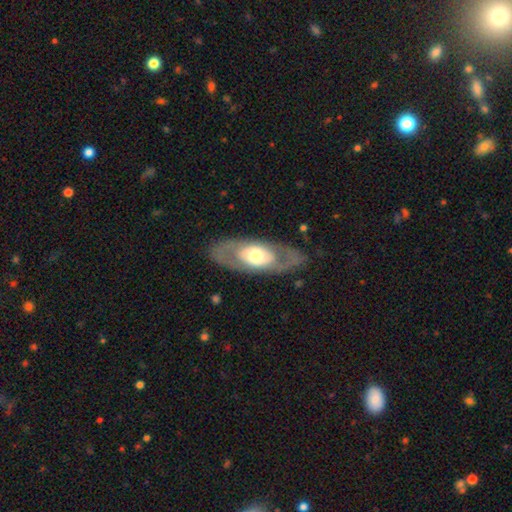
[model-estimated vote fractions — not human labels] Smooth or featured: featured or disk — 62% (smooth — 33%)
Edge-on disk: no — 84% (yes — 16%)
Bar: no — 82% (weak — 13%)
Spiral arms: no — 77% (yes — 23%)
Bulge size: moderate — 60% (large — 27%)
Merging: none — 77% (minor disturbance — 13%)